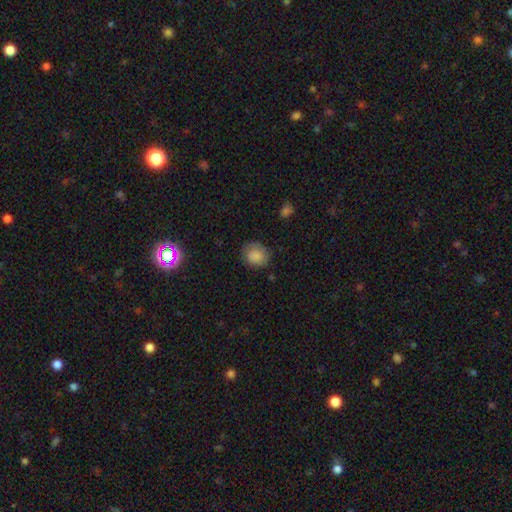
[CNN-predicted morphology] A smooth galaxy with no disk features (79%) that is round (68%). Merging: none (74%).